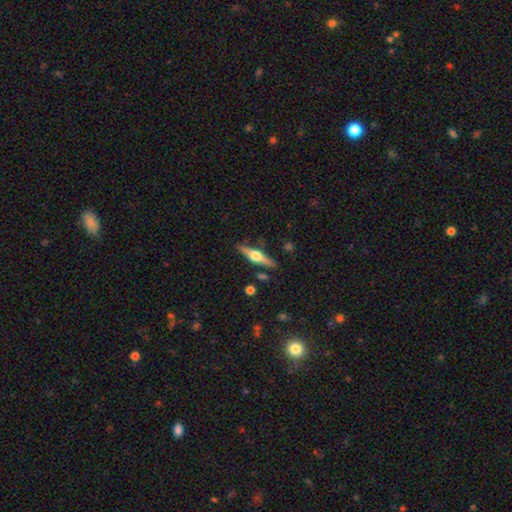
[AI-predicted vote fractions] This is likely a featured or disk galaxy (76%). It is clearly viewed edge-on (98%). Edge-on bulge: clearly rounded (95%). Merging: clearly none (88%).